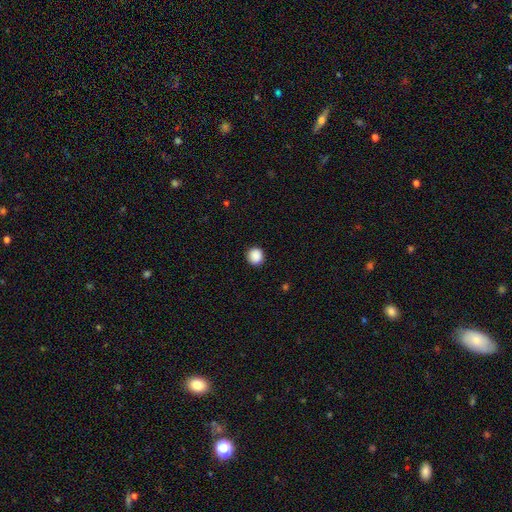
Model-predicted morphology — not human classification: Smooth or featured? smooth (89%)
How rounded? round (92%)
Merging? none (92%)